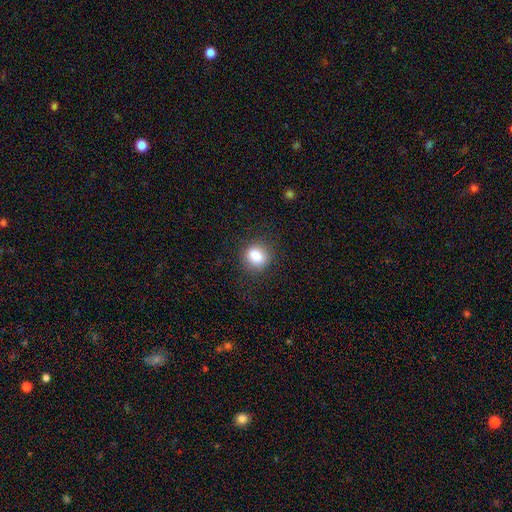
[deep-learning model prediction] Smooth or featured: smooth — 85% (star or artifact — 10%)
How rounded: round — 65% (in between — 34%)
Merging: none — 82% (minor disturbance — 12%)